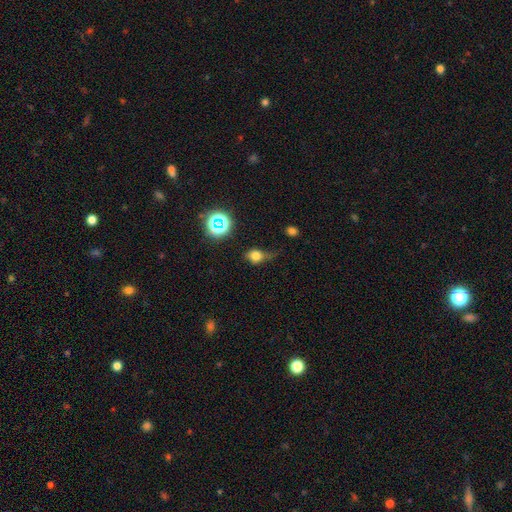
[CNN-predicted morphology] Smooth or featured? smooth (67%)
How rounded? round (56%)
Merging? none (42%)